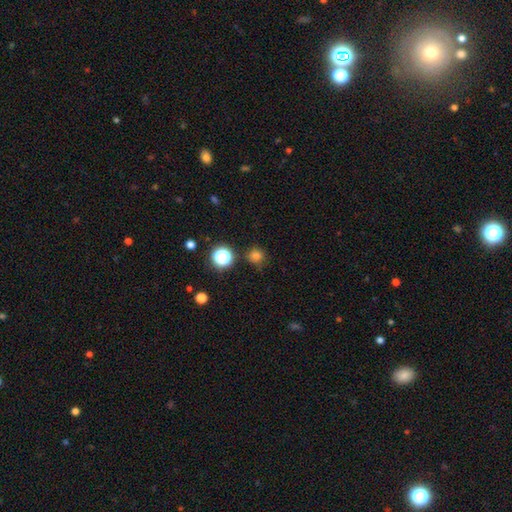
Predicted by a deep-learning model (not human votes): Smooth or featured?
  - smooth: 75% *
  - star or artifact: 21%
  - featured or disk: 4%
How rounded?
  - round: 93% *
  - in between: 6%
  - cigar-shaped: 1%
Merging?
  - none: 83% *
  - minor disturbance: 11%
  - major disturbance: 3%
  - merger: 3%